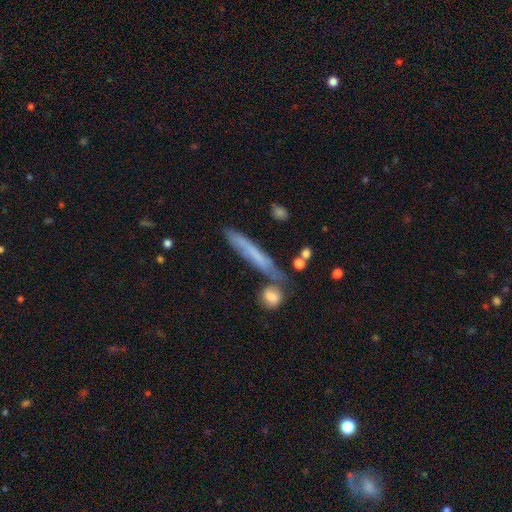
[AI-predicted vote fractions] Q: Smooth or featured?
A: smooth (51%); runner-up: featured or disk (35%)
Q: How rounded?
A: cigar-shaped (90%); runner-up: in between (6%)
Q: Merging?
A: none (75%); runner-up: minor disturbance (11%)